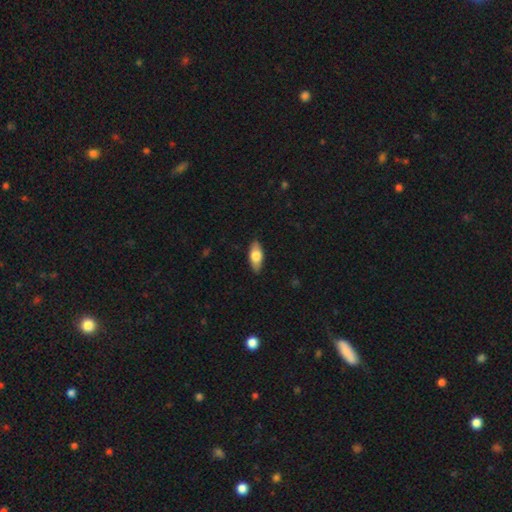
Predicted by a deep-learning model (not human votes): Overall: smooth (74%). How rounded: in between (81%). Merging: none (87%).